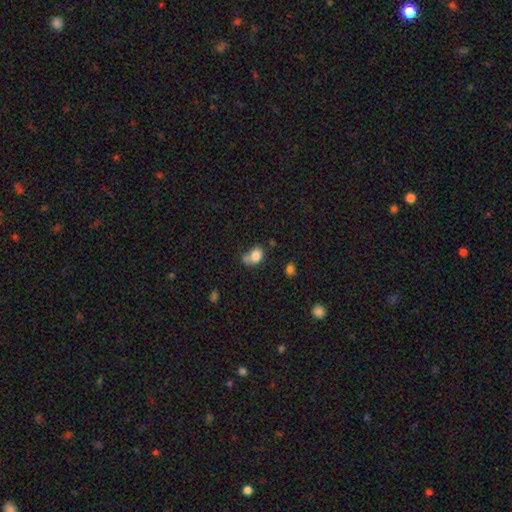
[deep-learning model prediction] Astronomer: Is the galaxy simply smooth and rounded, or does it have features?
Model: smooth — 81%.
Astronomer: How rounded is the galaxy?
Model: in between — 57% (runner-up: round, 41%).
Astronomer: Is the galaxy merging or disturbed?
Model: none — 41% (runner-up: merger, 29%).